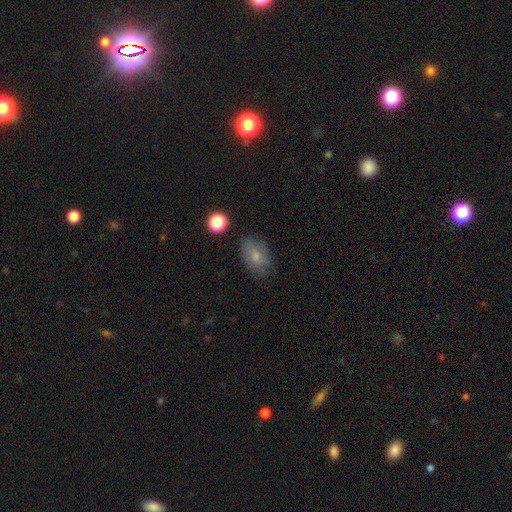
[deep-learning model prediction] smooth 74%, featured or disk 16%, star or artifact 10%. Down the decision tree: how rounded — in between (81%); merging — none (76%).